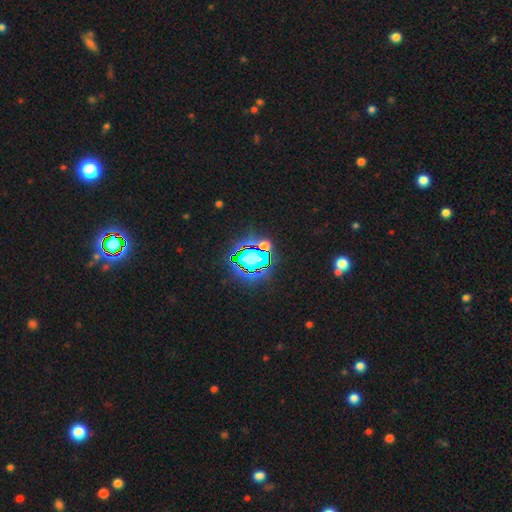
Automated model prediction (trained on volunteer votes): star or artifact 82%, smooth 11%, featured or disk 7%.